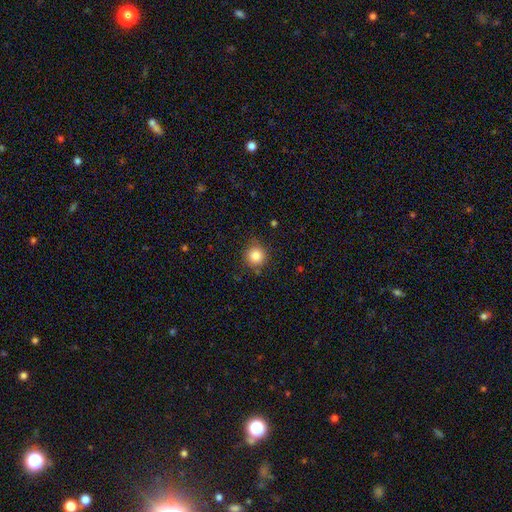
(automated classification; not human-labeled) Overall: smooth (85%). How rounded: round (94%). Merging: none (87%).